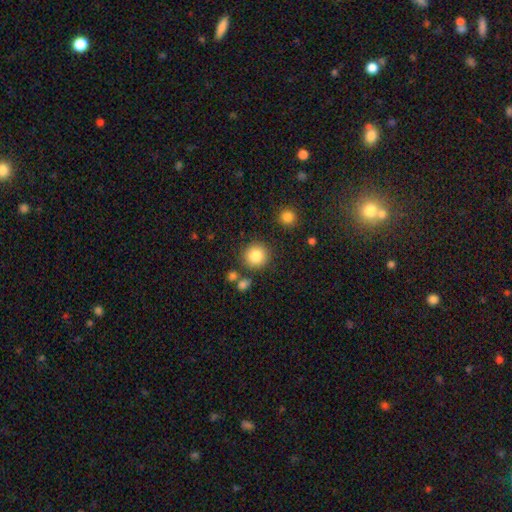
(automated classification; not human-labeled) Smooth or featured: smooth — 84% (star or artifact — 10%)
How rounded: round — 93% (in between — 6%)
Merging: none — 83% (minor disturbance — 8%)